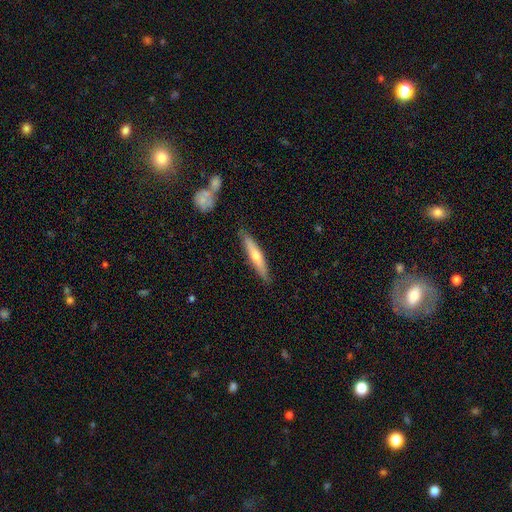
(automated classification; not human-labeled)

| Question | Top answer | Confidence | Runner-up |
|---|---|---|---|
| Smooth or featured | featured or disk | 49% | smooth (44%) |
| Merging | none | 87% | minor disturbance (9%) |